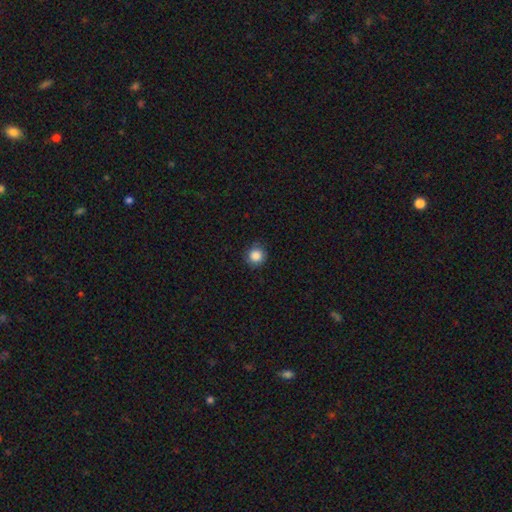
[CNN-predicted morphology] A smooth galaxy with no disk features (86%) that is round (93%). Merging: none (86%).